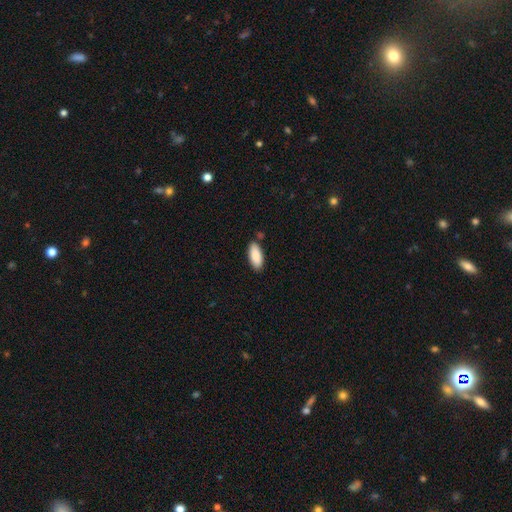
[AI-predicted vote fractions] Smooth or featured?
  - smooth: 90% *
  - star or artifact: 6%
  - featured or disk: 5%
How rounded?
  - in between: 86% *
  - cigar-shaped: 12%
  - round: 2%
Merging?
  - none: 82% *
  - minor disturbance: 12%
  - merger: 4%
  - major disturbance: 2%